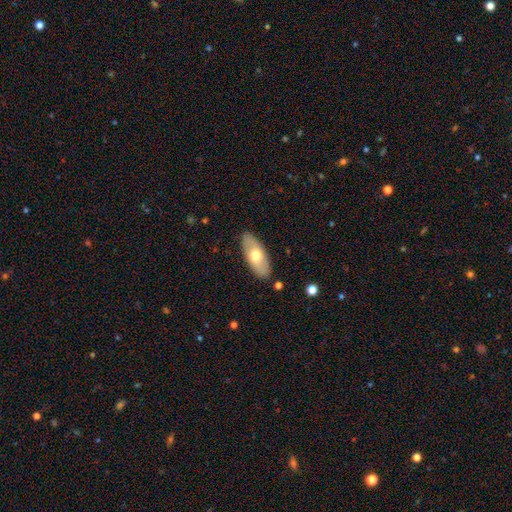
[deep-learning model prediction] smooth_or_featured: smooth (p=0.58) [alt: featured or disk p=0.36]
how_rounded: in between (p=0.86) [alt: cigar-shaped p=0.11]
merging: none (p=0.86) [alt: minor disturbance p=0.10]